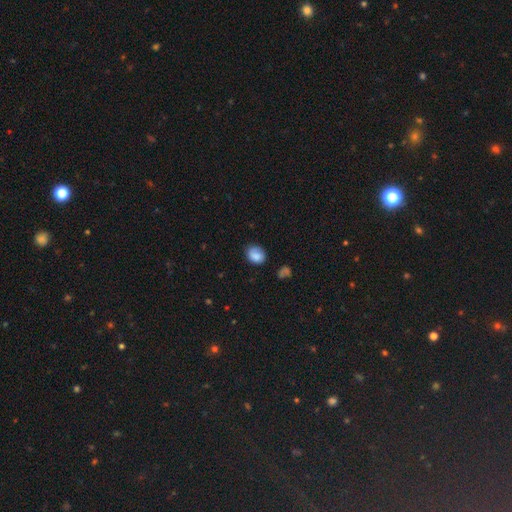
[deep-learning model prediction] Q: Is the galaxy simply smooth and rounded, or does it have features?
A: smooth — 81%.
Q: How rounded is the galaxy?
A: in between — 50%.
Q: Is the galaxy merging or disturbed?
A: none — 69%.